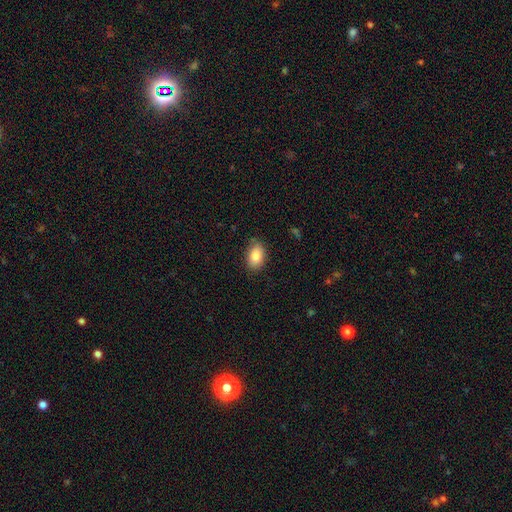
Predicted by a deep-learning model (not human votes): This is clearly a smooth galaxy (84%). How rounded: clearly in between (88%). Merging: clearly none (85%).